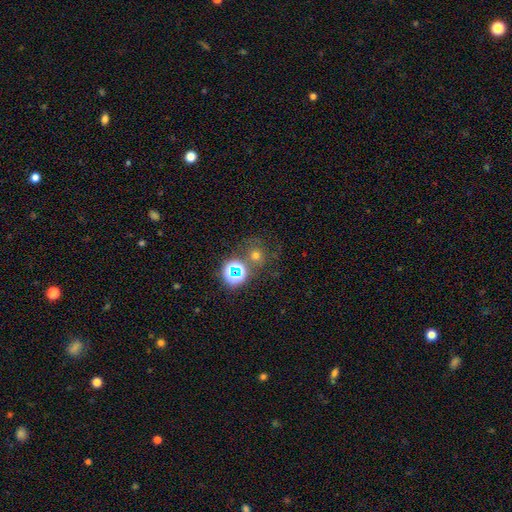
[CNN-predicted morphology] Overall: smooth (57%; star or artifact 32%). How rounded: round (87%). Merging: none (66%).